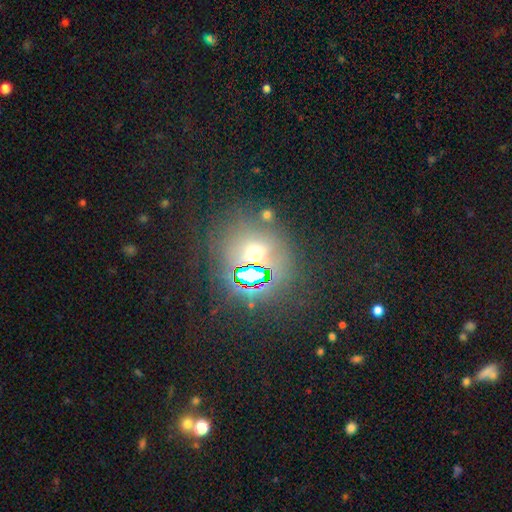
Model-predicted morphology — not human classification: This is possibly a star or artifact rather than a galaxy (51%).